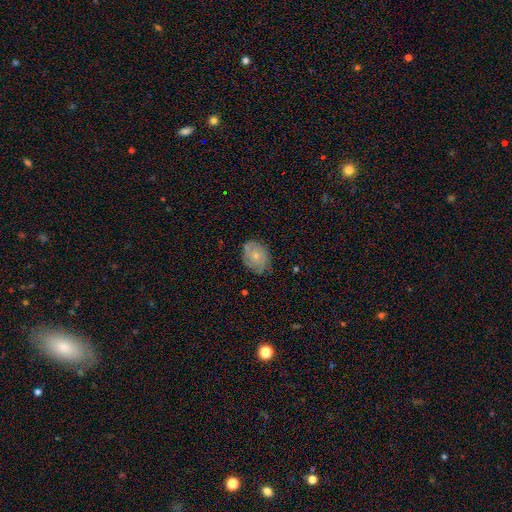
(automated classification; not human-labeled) smooth 52%, featured or disk 40%, star or artifact 7%. Down the decision tree: how rounded — in between (62%); merging — none (68%).